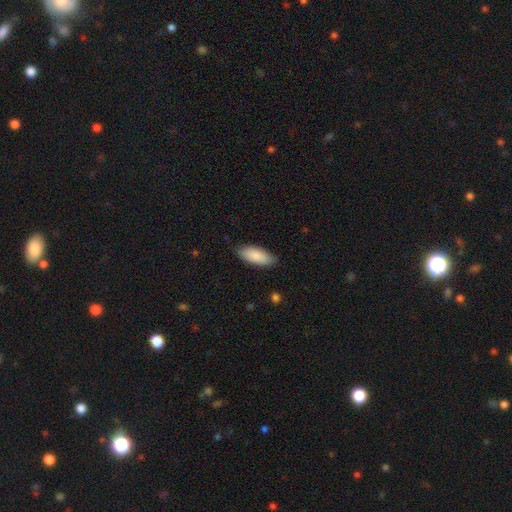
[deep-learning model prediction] Morphology: type=smooth (88%); roundness=in between (79%); merging=none (84%).